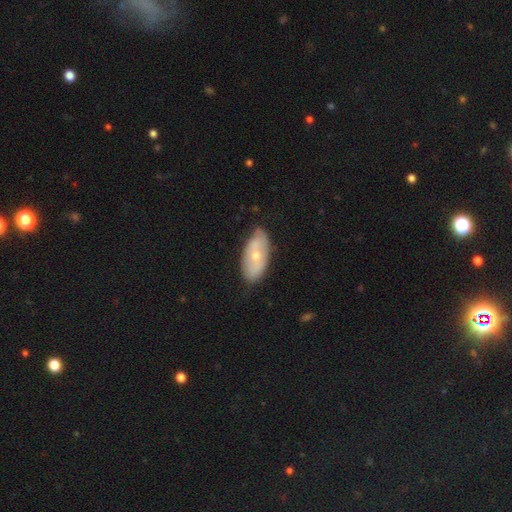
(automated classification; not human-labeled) Smooth or featured?
  - smooth: 49% *
  - featured or disk: 45%
  - star or artifact: 6%
Merging?
  - none: 73% *
  - minor disturbance: 21%
  - major disturbance: 4%
  - merger: 2%